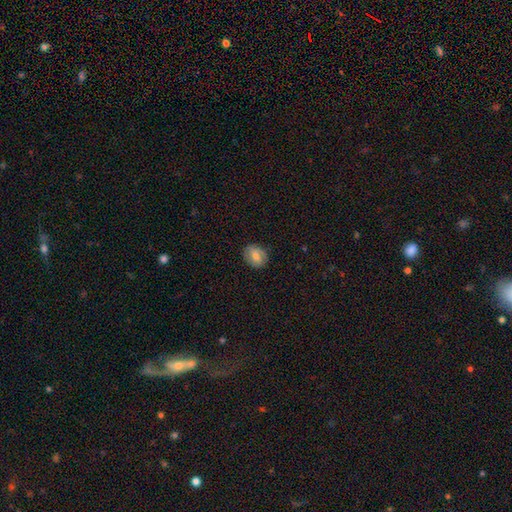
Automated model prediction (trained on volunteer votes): Smooth or featured? smooth (63%)
How rounded? in between (50%)
Merging? none (82%)